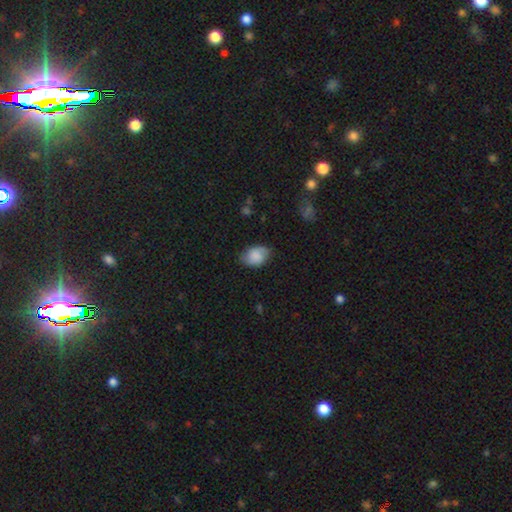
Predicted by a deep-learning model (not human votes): Morphology: type=smooth (74%); roundness=in between (80%); merging=none (69%).